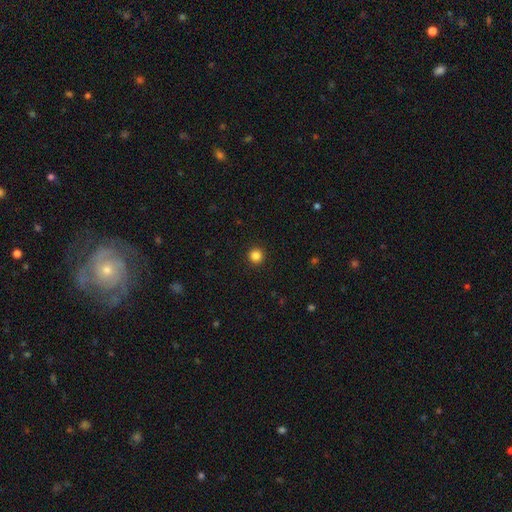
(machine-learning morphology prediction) A smooth galaxy with no disk features (85%) that is round (96%).

Vote fractions:
- Smooth or featured? smooth: 85% / star or artifact: 12% / featured or disk: 4%
- How rounded? round: 96% / in between: 3% / cigar-shaped: 1%
- Merging? none: 93% / minor disturbance: 4% / major disturbance: 2% / merger: 1%